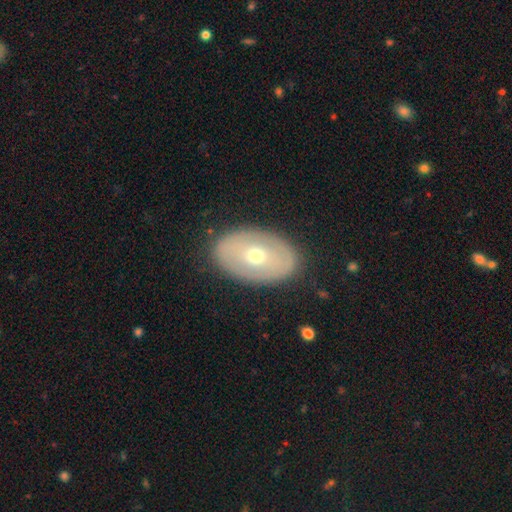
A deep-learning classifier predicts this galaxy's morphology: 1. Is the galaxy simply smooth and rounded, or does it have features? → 48% featured or disk, 45% smooth, 7% star or artifact.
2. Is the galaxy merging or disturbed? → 85% none, 10% minor disturbance, 3% major disturbance, 1% merger.